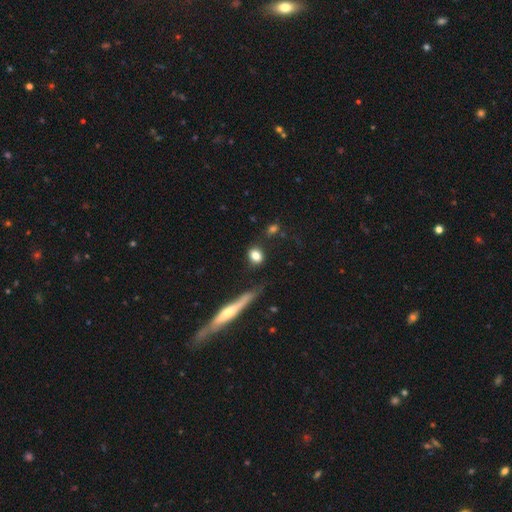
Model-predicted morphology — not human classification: Smooth or featured: smooth — 81% (featured or disk — 10%)
How rounded: round — 52% (in between — 43%)
Merging: none — 76% (minor disturbance — 13%)